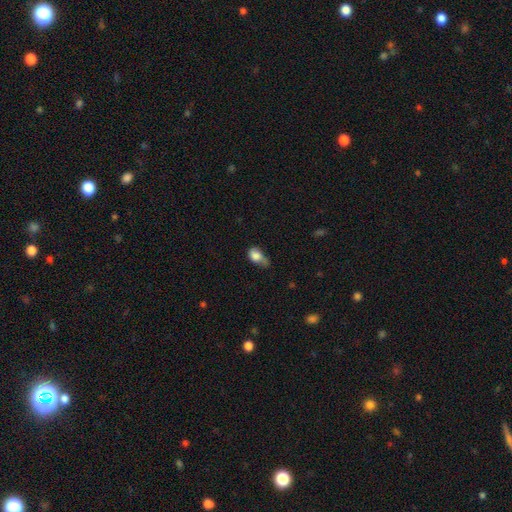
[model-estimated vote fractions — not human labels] smooth 77%, featured or disk 15%, star or artifact 8%. Down the decision tree: how rounded — in between (77%); merging — minor disturbance (42%).